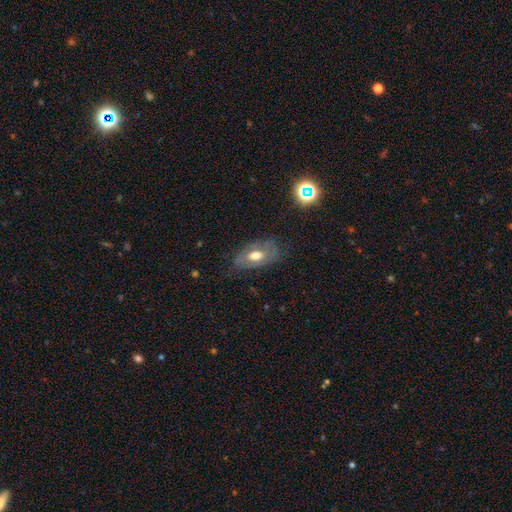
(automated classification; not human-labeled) Q: Smooth or featured?
A: smooth (48%); runner-up: featured or disk (44%)
Q: Merging?
A: none (65%); runner-up: minor disturbance (24%)